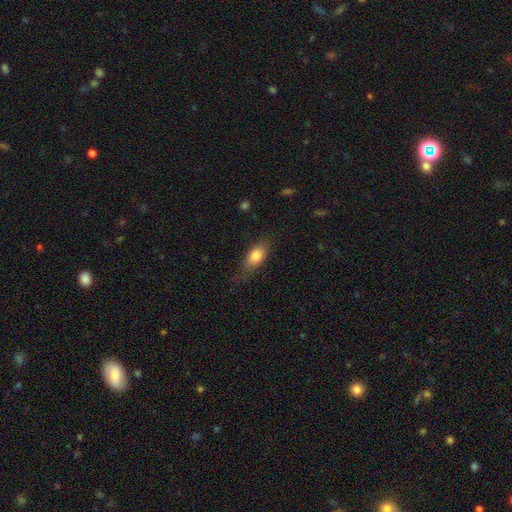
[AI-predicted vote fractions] The model was most divided on "merging": none: 65%, minor disturbance: 24%, major disturbance: 9%, merger: 1%. More confident: how rounded — in between (82%); smooth or featured — smooth (79%).